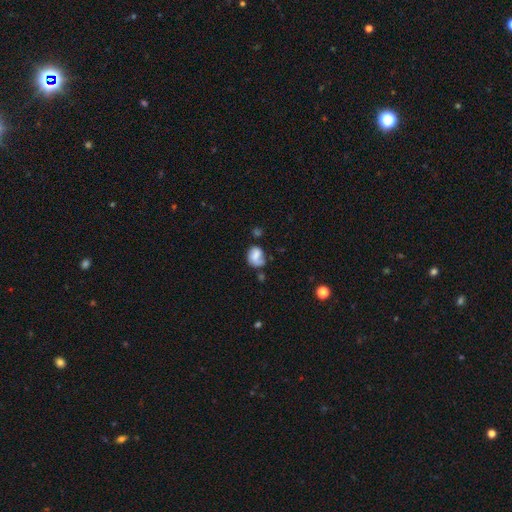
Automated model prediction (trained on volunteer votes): Overall: smooth (64%; featured or disk 26%). How rounded: in between (53%; round 46%). Merging: none (43%; minor disturbance 29%).